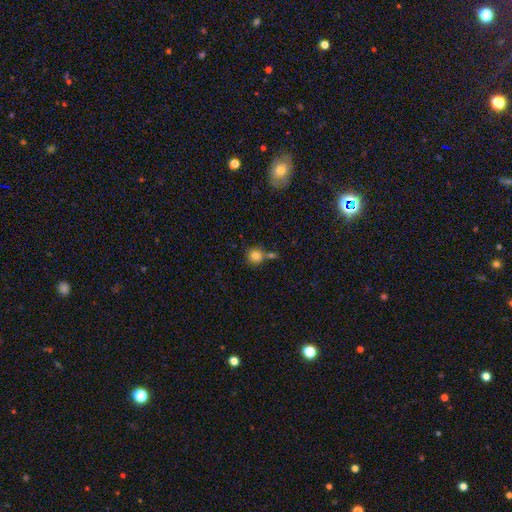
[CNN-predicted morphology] This is clearly a smooth galaxy (82%). How rounded: clearly round (88%). Merging: possibly none (60%).